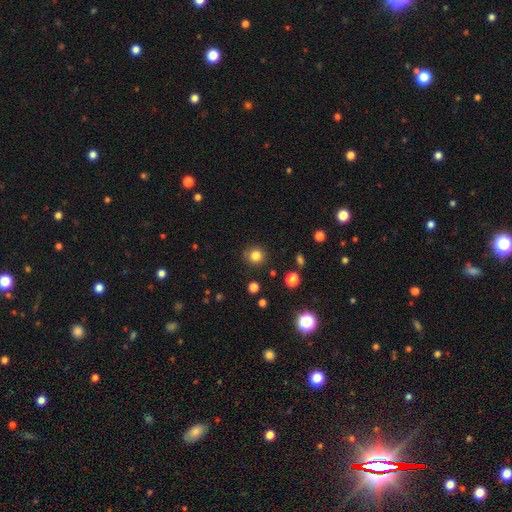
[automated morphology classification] Q: Smooth or featured?
A: smooth (83%); runner-up: star or artifact (12%)
Q: How rounded?
A: round (92%); runner-up: in between (7%)
Q: Merging?
A: none (87%); runner-up: minor disturbance (9%)